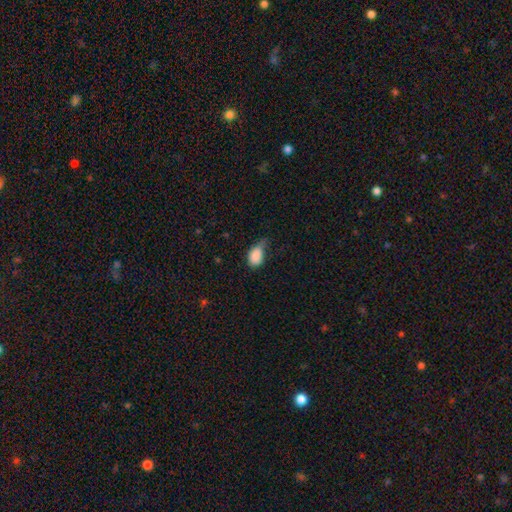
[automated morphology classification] This appears to be a smooth galaxy with no disk features (86%) that is in between round and cigar-shaped (85%). Merging: minor disturbance (47%).